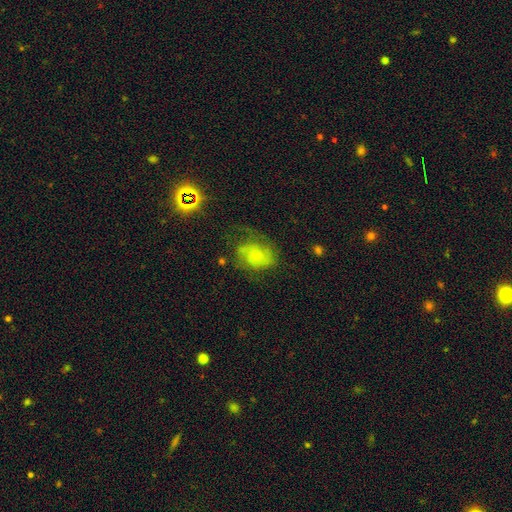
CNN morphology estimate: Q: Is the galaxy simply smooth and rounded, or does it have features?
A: featured or disk — 50%.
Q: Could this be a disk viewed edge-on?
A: no — 97%.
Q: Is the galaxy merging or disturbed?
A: none — 47%.